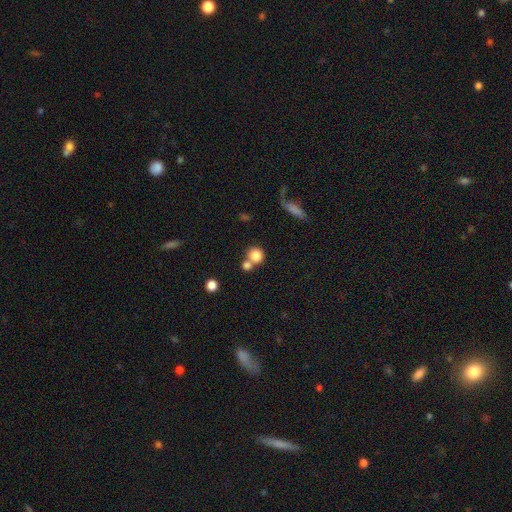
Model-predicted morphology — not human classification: Smooth or featured? Predicted: smooth (p=0.81). How rounded? Predicted: round (p=0.86). Merging? Predicted: none (p=0.47).